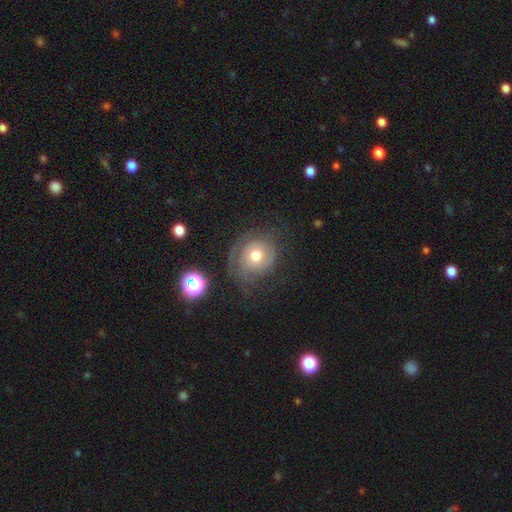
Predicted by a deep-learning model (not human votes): This is possibly a featured or disk galaxy (51%). It is clearly not viewed edge-on (96%). Merging: possibly none (58%).